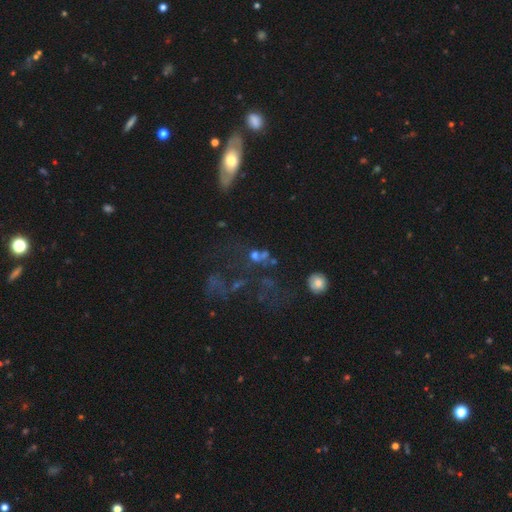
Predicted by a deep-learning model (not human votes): Smooth or featured? smooth (48%)
Merging? none (42%)